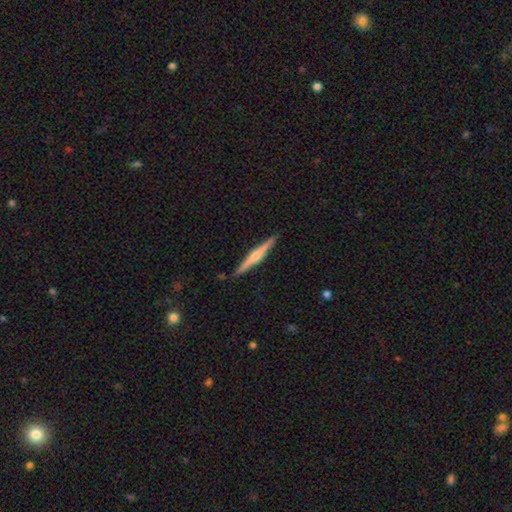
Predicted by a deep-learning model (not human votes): The model was most divided on "smooth or featured": featured or disk: 67%, smooth: 28%, star or artifact: 5%. More confident: edge-on disk — yes (98%); merging — none (91%); edge-on bulge — rounded (79%).